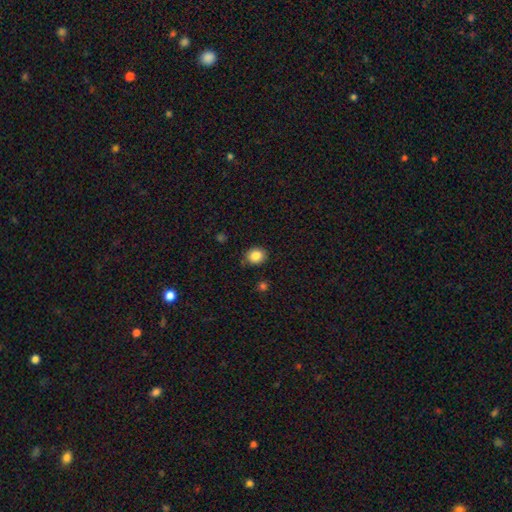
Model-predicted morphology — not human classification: type=smooth (85%); roundness=round (70%); merging=none (83%).